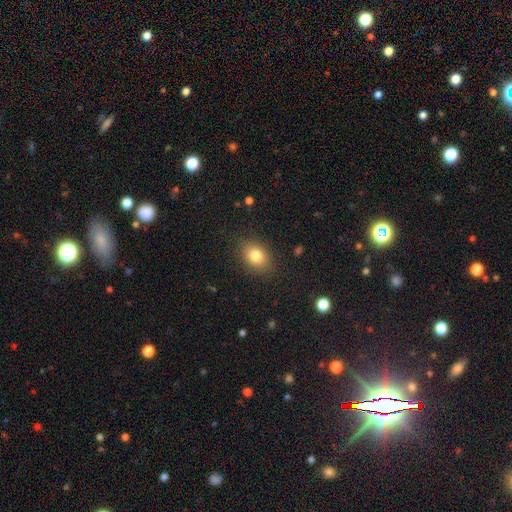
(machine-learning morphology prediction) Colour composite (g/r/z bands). It shows a smooth galaxy with no disk features (80%) that is in between round and cigar-shaped (66%). Merging: none (85%).